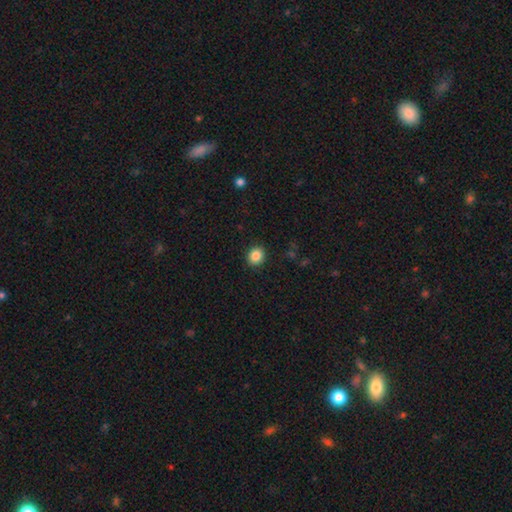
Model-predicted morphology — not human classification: smooth-or-featured: smooth: 86% | star or artifact: 10% | featured or disk: 4%
  how-rounded: round: 74% | in between: 25% | cigar-shaped: 1%
  merging: none: 91% | minor disturbance: 6% | major disturbance: 2% | merger: 1%